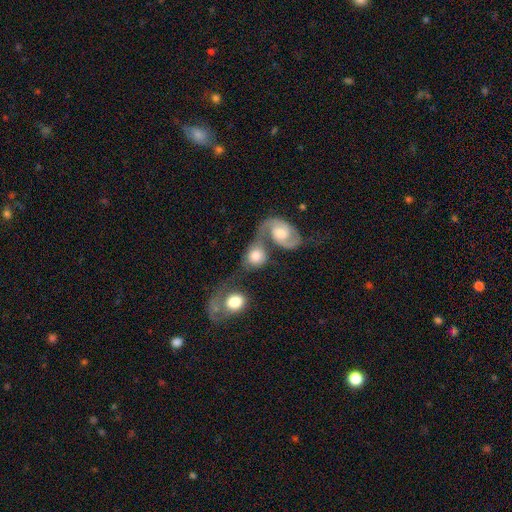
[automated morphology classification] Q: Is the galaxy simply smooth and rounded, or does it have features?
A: smooth — 48%.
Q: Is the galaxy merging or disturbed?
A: merger — 69%.